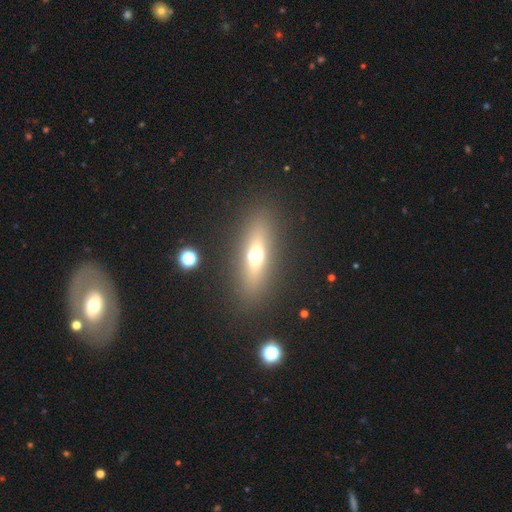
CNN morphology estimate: Overall: smooth (54%; featured or disk 35%). How rounded: cigar-shaped (51%; in between 43%). Merging: none (87%).